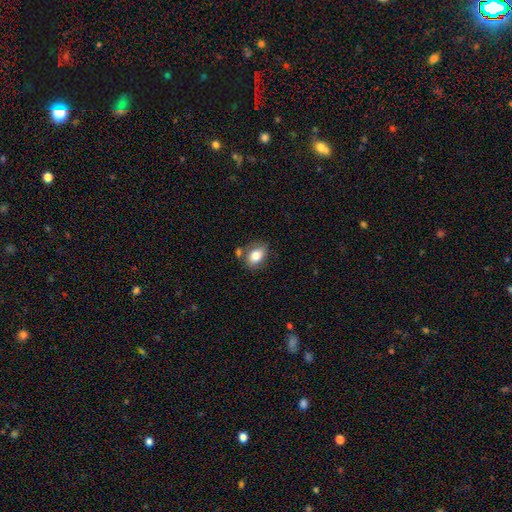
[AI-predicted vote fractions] Smooth or featured? smooth (81%)
How rounded? in between (78%)
Merging? none (66%)